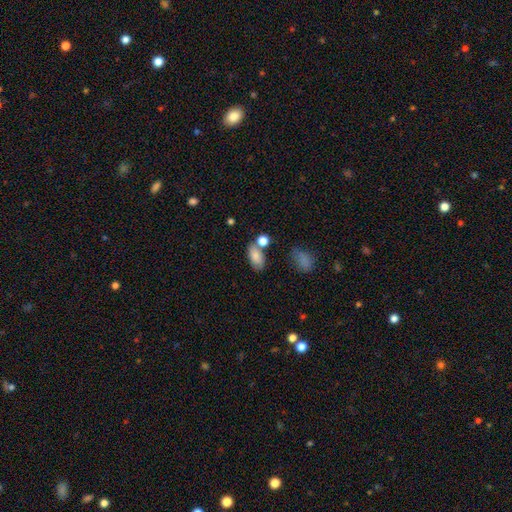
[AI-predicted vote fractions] smooth-or-featured: smooth: 83% | star or artifact: 8% | featured or disk: 8%
  how-rounded: in between: 91% | round: 6% | cigar-shaped: 3%
  merging: none: 59% | merger: 20% | minor disturbance: 16% | major disturbance: 5%